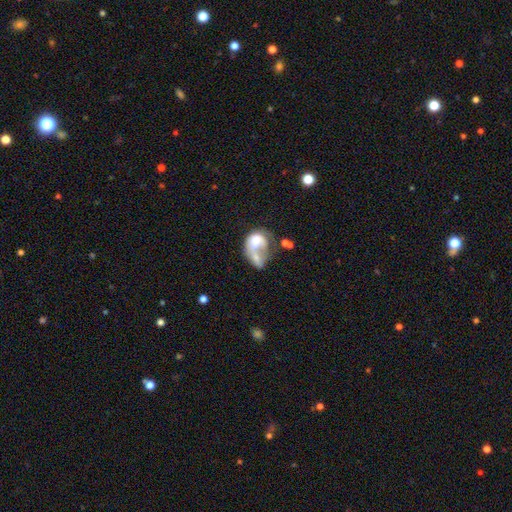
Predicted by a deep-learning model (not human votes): Smooth or featured? Predicted: smooth (p=0.55). How rounded? Predicted: in between (p=0.65). Merging? Predicted: merger (p=0.61).